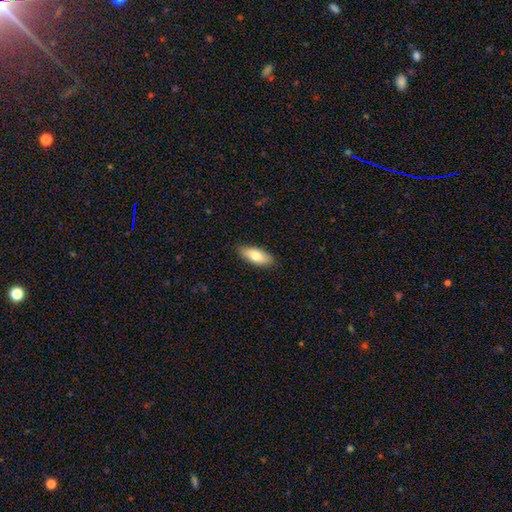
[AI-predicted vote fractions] Smooth or featured: smooth — 74% (featured or disk — 20%)
How rounded: in between — 75% (cigar-shaped — 23%)
Merging: none — 88% (minor disturbance — 9%)